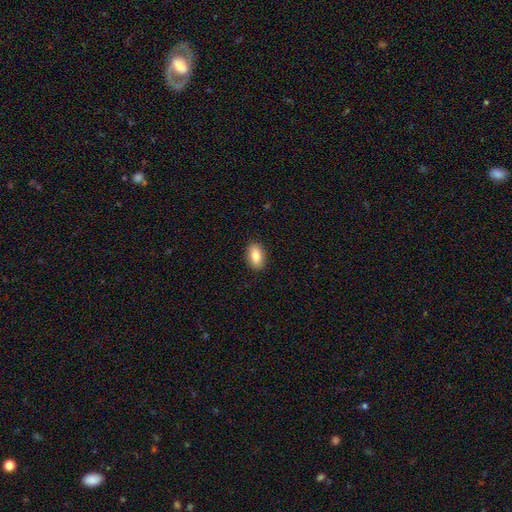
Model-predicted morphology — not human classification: type=smooth (84%); roundness=in between (89%); merging=none (89%).